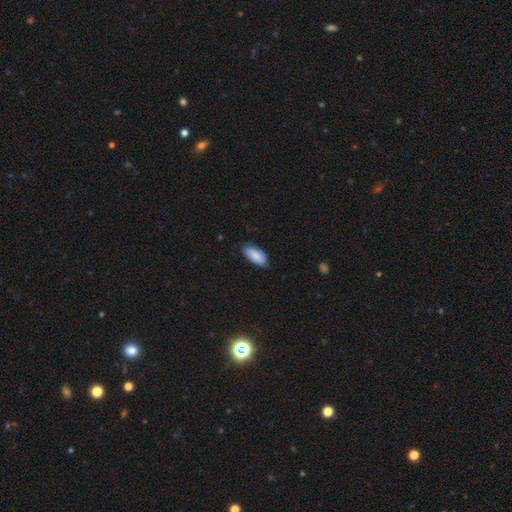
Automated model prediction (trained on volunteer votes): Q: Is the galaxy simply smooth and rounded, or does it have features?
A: smooth — 87%.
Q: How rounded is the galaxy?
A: in between — 88%.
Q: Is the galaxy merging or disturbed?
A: none — 81%.